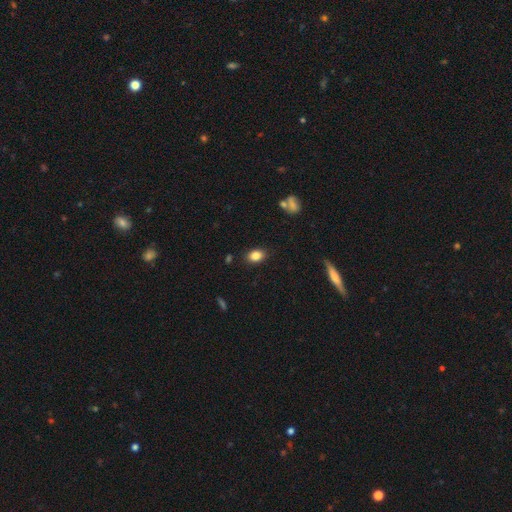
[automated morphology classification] Smooth or featured? Predicted: smooth (p=0.84). How rounded? Predicted: in between (p=0.78). Merging? Predicted: none (p=0.86).